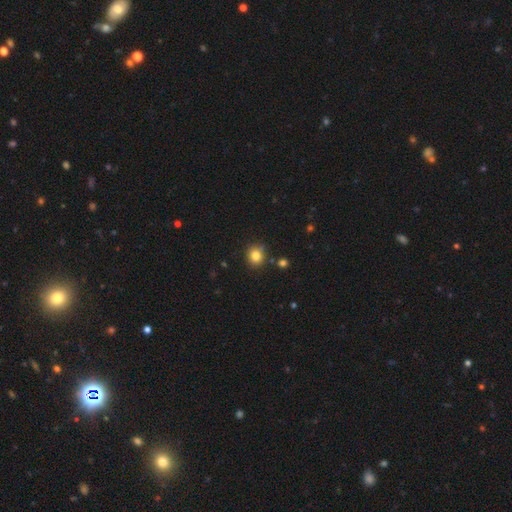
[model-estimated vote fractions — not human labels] This is clearly a smooth galaxy (82%). How rounded: clearly round (83%). Merging: clearly none (85%).